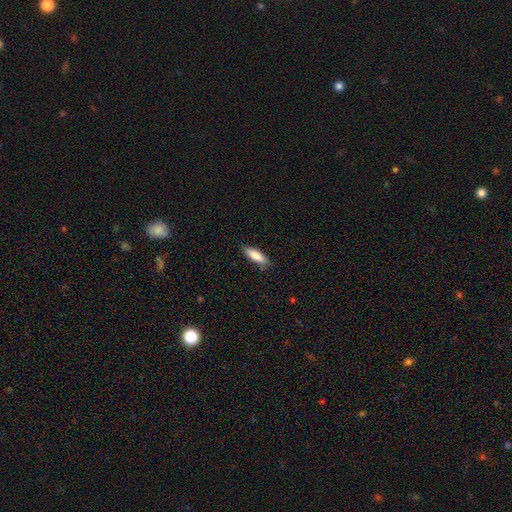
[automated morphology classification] smooth_or_featured: smooth (p=0.84) [alt: featured or disk p=0.10]
how_rounded: cigar-shaped (p=0.54) [alt: in between p=0.44]
merging: none (p=0.83) [alt: minor disturbance p=0.14]